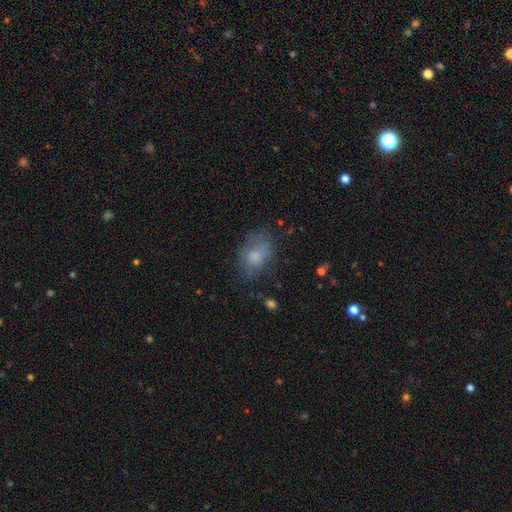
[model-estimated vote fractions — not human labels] Overall: smooth (68%). How rounded: in between (78%). Merging: none (50%; minor disturbance 28%).